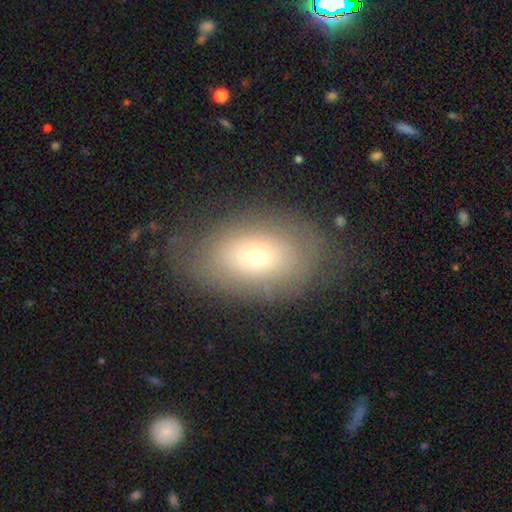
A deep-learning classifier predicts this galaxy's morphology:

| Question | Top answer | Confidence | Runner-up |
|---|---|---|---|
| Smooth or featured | smooth | 59% | featured or disk (29%) |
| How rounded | in between | 82% | round (16%) |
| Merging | none | 73% | minor disturbance (17%) |